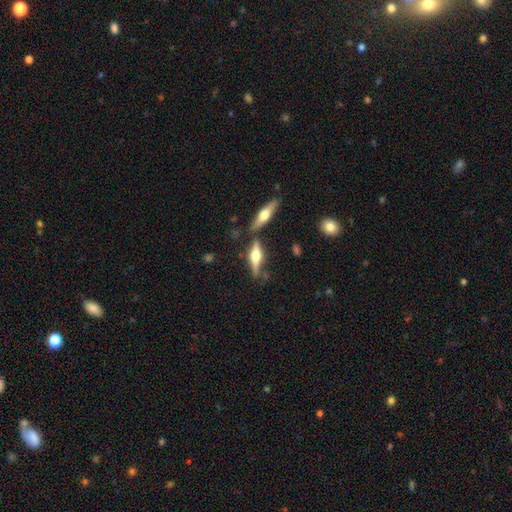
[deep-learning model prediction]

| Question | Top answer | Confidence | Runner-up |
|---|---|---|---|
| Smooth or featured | featured or disk | 67% | smooth (26%) |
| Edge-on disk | yes | 96% | no (4%) |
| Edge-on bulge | rounded | 92% | boxy (6%) |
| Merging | none | 70% | merger (13%) |